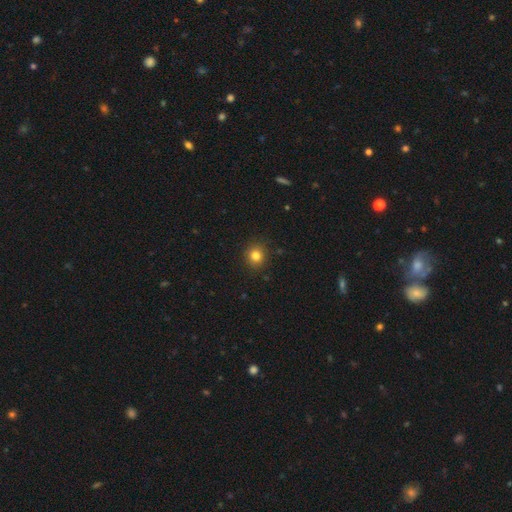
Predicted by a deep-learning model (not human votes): Smooth or featured?
  - smooth: 81% *
  - star or artifact: 13%
  - featured or disk: 6%
How rounded?
  - round: 87% *
  - in between: 12%
  - cigar-shaped: 1%
Merging?
  - none: 90% *
  - minor disturbance: 7%
  - major disturbance: 2%
  - merger: 1%